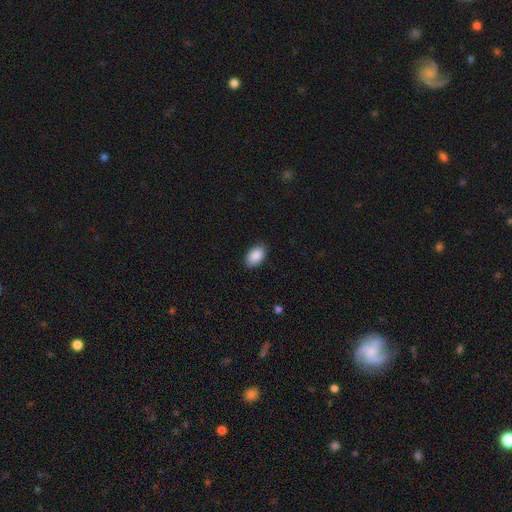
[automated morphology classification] The model was most divided on "merging": none: 87%, minor disturbance: 10%, major disturbance: 2%, merger: 1%. More confident: how rounded — in between (92%); smooth or featured — smooth (90%).